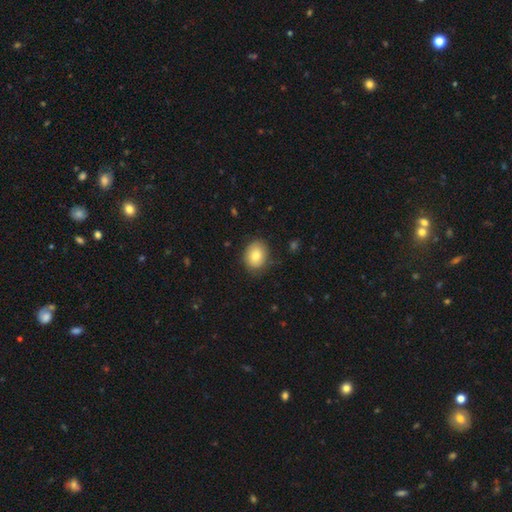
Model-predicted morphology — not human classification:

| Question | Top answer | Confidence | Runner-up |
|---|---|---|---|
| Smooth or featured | smooth | 79% | featured or disk (12%) |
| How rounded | in between | 50% | tied: round (50%) |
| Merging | none | 81% | minor disturbance (15%) |